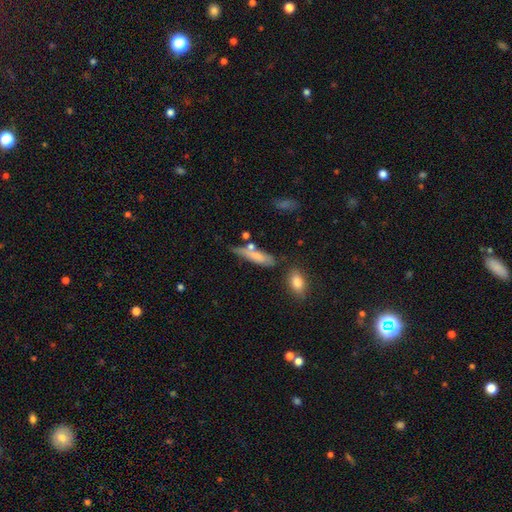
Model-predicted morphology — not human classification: smooth_or_featured: smooth (p=0.68) [alt: featured or disk p=0.24]
how_rounded: cigar-shaped (p=0.67) [alt: in between p=0.30]
merging: none (p=0.50) [alt: minor disturbance p=0.27]